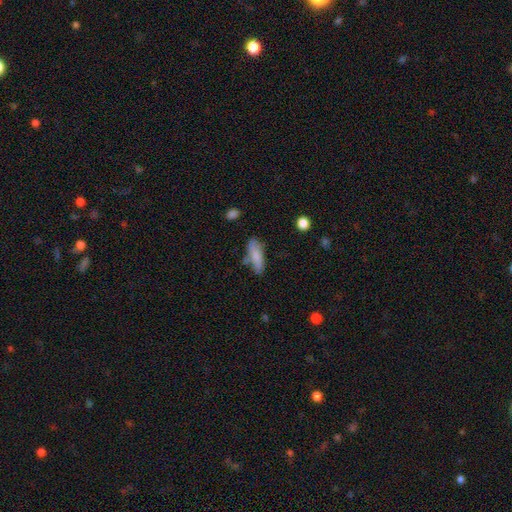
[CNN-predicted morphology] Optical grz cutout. It shows a smooth galaxy with no disk features (80%) that is in between round and cigar-shaped (59%). Merging: none (64%).